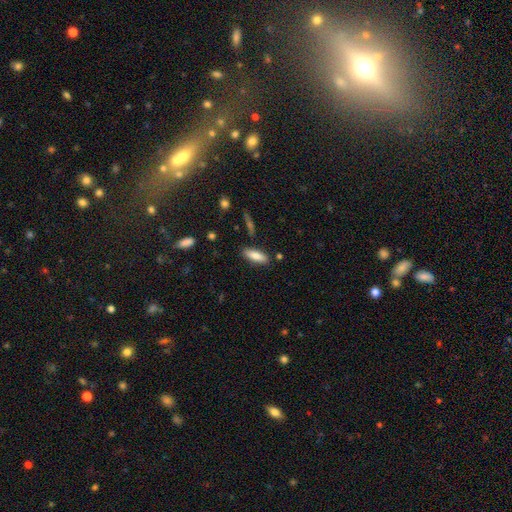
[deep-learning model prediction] smooth_or_featured: smooth (p=0.83) [alt: featured or disk p=0.10]
how_rounded: in between (p=0.62) [alt: cigar-shaped p=0.37]
merging: none (p=0.84) [alt: minor disturbance p=0.11]